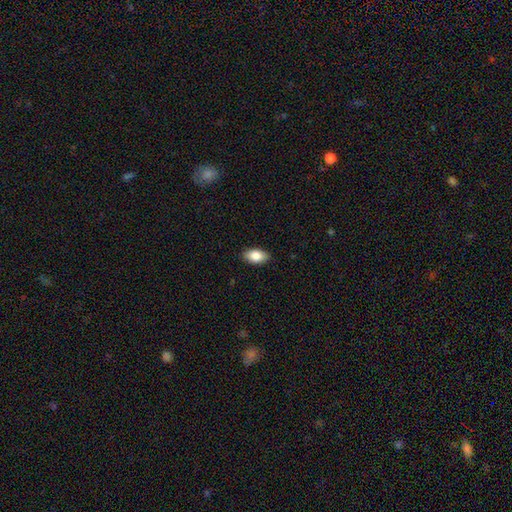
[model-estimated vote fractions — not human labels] This appears to be a smooth galaxy with no disk features (86%) that is in between round and cigar-shaped (93%). Merging: none (88%).